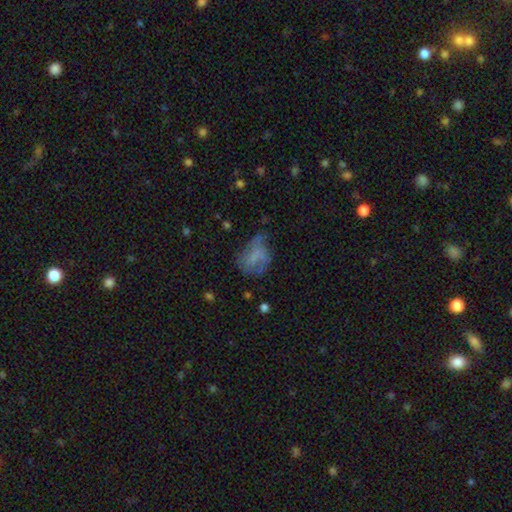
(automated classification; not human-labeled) This appears to be a smooth galaxy with no disk features (48%). Merging: none (35%).